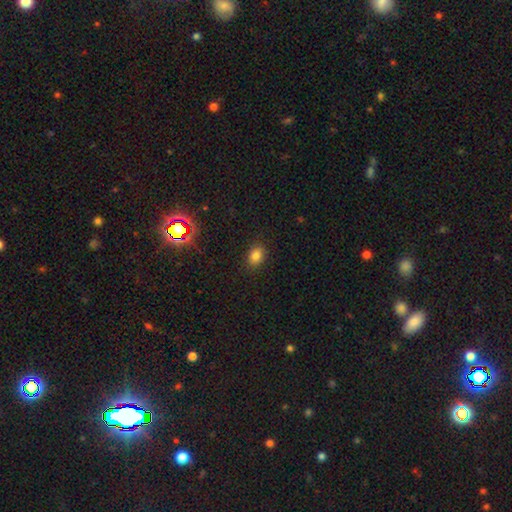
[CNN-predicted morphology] A smooth galaxy with no disk features (81%) that is in between round and cigar-shaped (67%).

Vote fractions:
- Smooth or featured? smooth: 81% / star or artifact: 13% / featured or disk: 5%
- How rounded? in between: 67% / round: 31% / cigar-shaped: 1%
- Merging? none: 87% / minor disturbance: 9% / major disturbance: 3% / merger: 1%